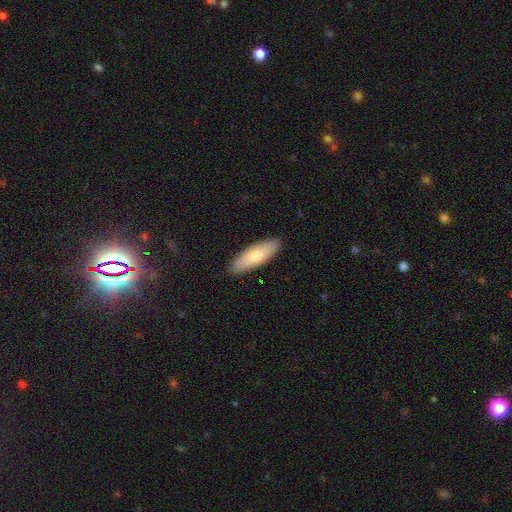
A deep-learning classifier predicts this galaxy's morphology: Q: Smooth or featured?
A: smooth (75%); runner-up: featured or disk (20%)
Q: How rounded?
A: in between (57%); runner-up: cigar-shaped (41%)
Q: Merging?
A: none (89%); runner-up: minor disturbance (8%)